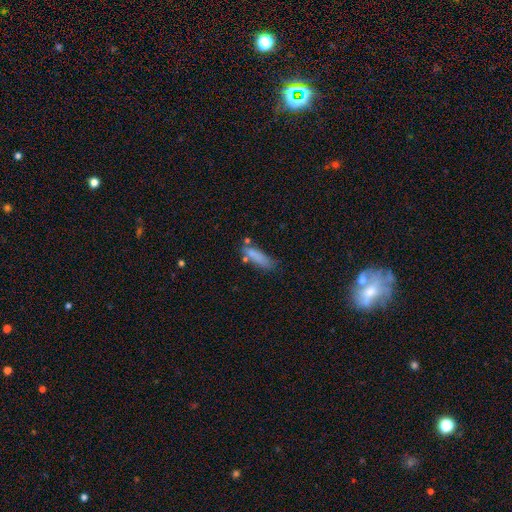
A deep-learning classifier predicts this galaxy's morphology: Smooth or featured? smooth (77%)
How rounded? cigar-shaped (58%)
Merging? none (53%)